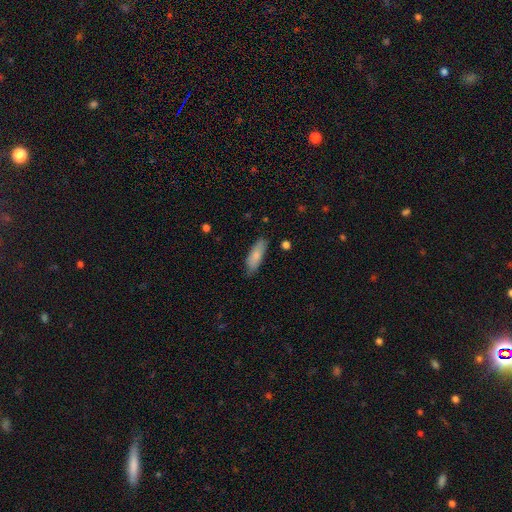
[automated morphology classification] Smooth or featured: smooth — 81% (featured or disk — 14%)
How rounded: in between — 59% (cigar-shaped — 39%)
Merging: none — 78% (minor disturbance — 17%)